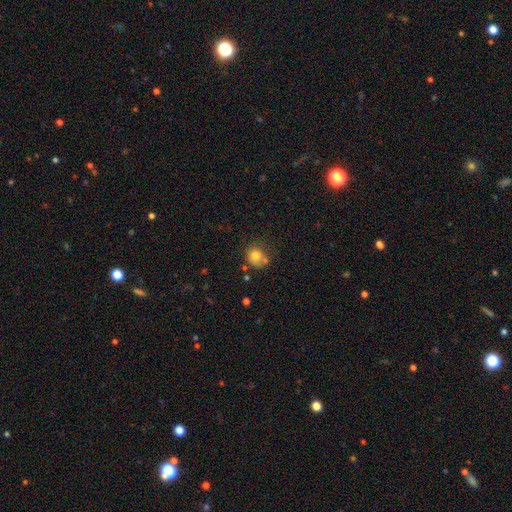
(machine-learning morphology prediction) A smooth galaxy with no disk features (76%) that is round (74%). Merging: none (48%).